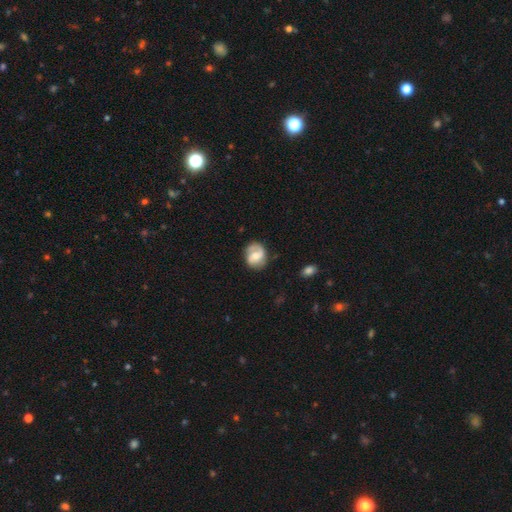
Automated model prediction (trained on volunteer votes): smooth-or-featured: featured or disk: 60% | smooth: 33% | star or artifact: 7%
  disk-edge-on: no: 98% | yes: 2%
    bar: no: 44% (tied) | weak: 44% (tied) | strong: 12%
    has-spiral-arms: yes: 88% | no: 12%
      spiral-winding: medium: 43% | tight: 32% | loose: 25%
      spiral-arm-count: 2: 74% | 1: 13% | can't tell: 9% | 3: 2% | 4: 1% | more than 4: 1%
    bulge-size: moderate: 54% | small: 36% | large: 5% | none: 4% | dominant: 1%
  merging: none: 71% | minor disturbance: 21% | major disturbance: 7% | merger: 2%